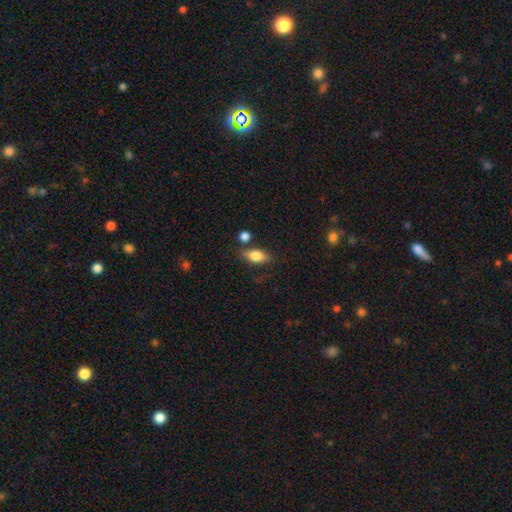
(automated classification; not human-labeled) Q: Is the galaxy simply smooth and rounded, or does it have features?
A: smooth — 77%.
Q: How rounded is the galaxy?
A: in between — 83%.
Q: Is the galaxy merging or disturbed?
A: none — 73%.